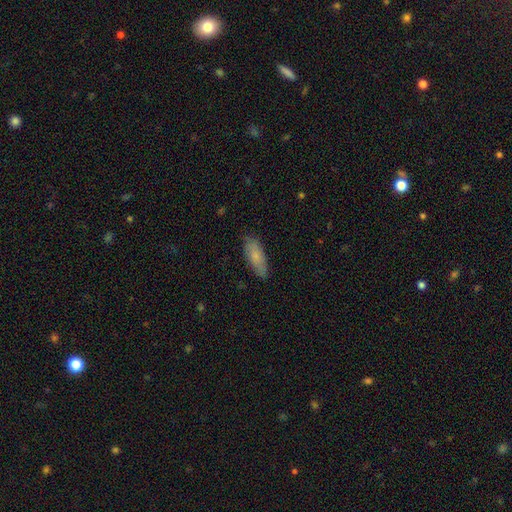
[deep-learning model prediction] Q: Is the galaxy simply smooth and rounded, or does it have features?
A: smooth — 77%.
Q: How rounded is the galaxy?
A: in between — 68%.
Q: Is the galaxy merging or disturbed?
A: none — 81%.